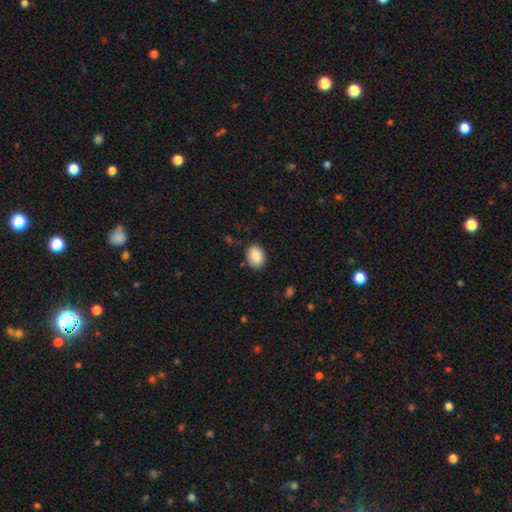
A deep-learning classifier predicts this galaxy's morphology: smooth_or_featured: smooth (p=0.89) [alt: star or artifact p=0.07]
how_rounded: in between (p=0.68) [alt: round p=0.31]
merging: none (p=0.84) [alt: minor disturbance p=0.12]